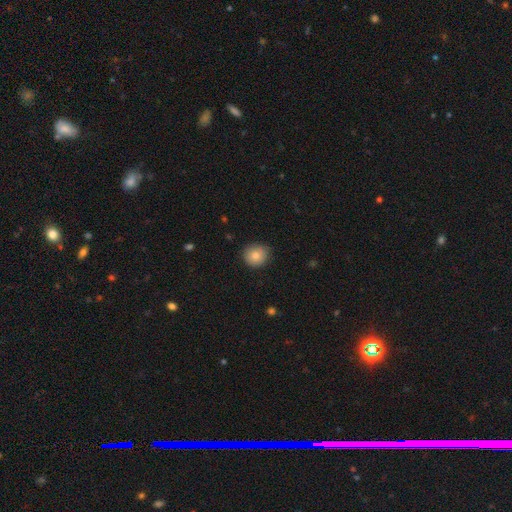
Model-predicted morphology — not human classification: Smooth or featured? smooth (83%)
How rounded? round (88%)
Merging? none (84%)